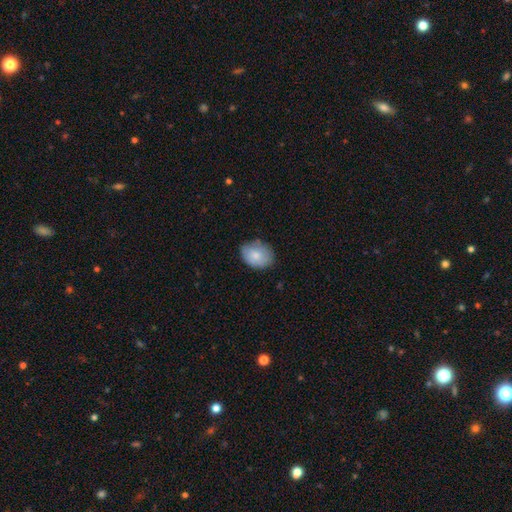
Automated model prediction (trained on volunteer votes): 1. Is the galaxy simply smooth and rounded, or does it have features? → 80% smooth, 13% featured or disk, 7% star or artifact.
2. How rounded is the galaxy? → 65% in between, 34% round, 1% cigar-shaped.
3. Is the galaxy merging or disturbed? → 73% none, 22% minor disturbance, 4% major disturbance, 1% merger.